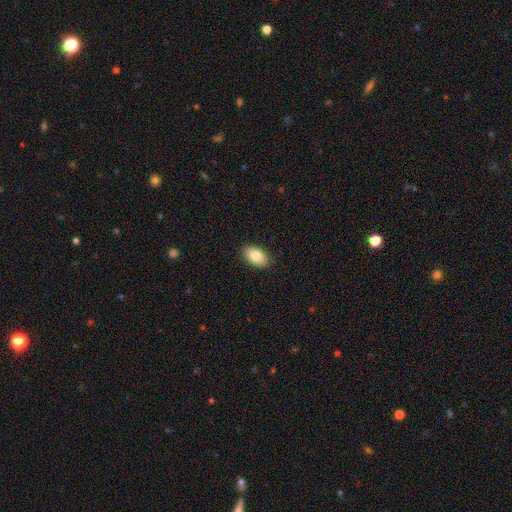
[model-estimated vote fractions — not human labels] A smooth galaxy with no disk features (83%) that is in between round and cigar-shaped (92%). Merging: none (89%).